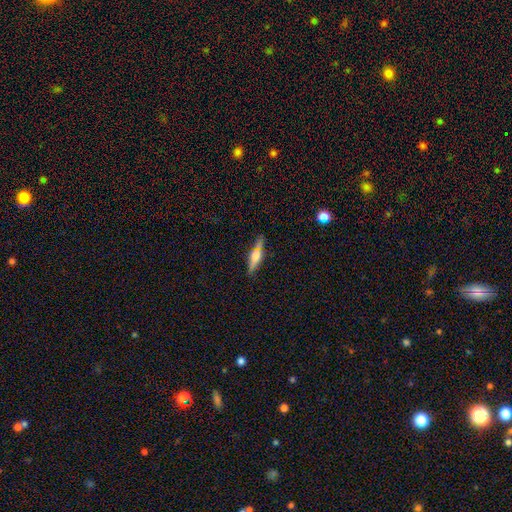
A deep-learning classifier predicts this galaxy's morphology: A featured or disk galaxy (49%). Merging: none (73%).